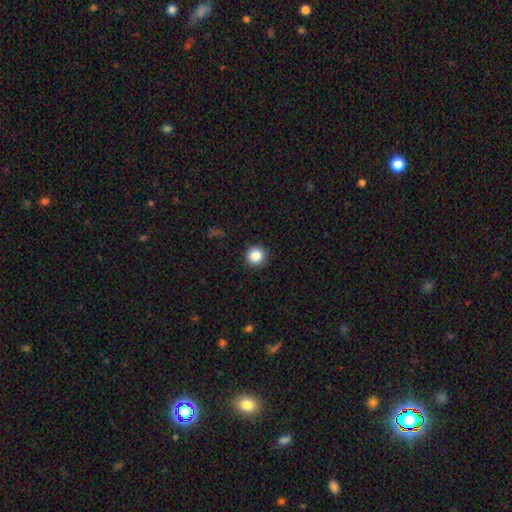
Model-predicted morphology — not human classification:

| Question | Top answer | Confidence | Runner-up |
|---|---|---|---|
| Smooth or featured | smooth | 86% | star or artifact (10%) |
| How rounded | round | 95% | in between (4%) |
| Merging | none | 91% | minor disturbance (6%) |